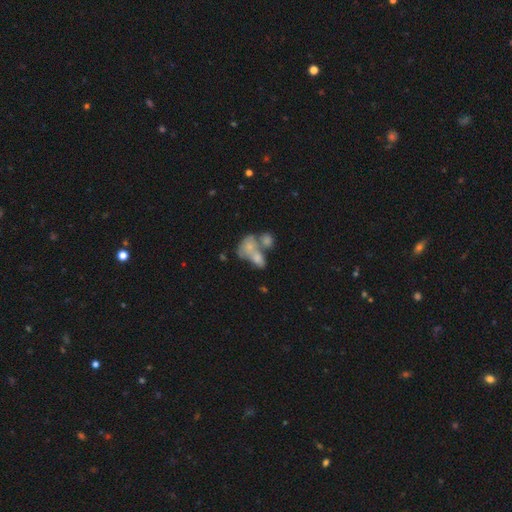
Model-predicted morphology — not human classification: smooth-or-featured: smooth: 58% | featured or disk: 31% | star or artifact: 11%
  how-rounded: in between: 77% | round: 21% | cigar-shaped: 2%
  merging: merger: 63% | none: 19% | minor disturbance: 10% | major disturbance: 9%